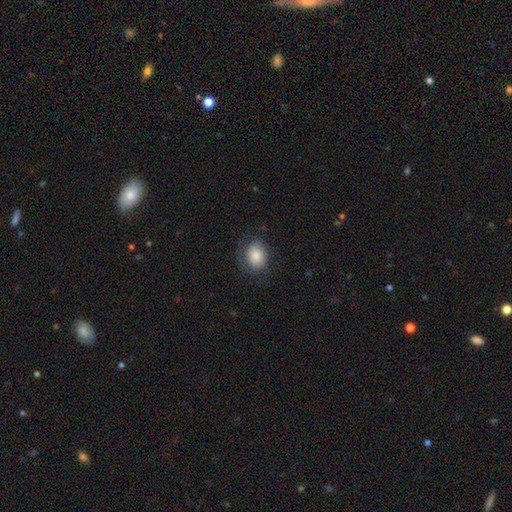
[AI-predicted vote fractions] smooth-or-featured: smooth: 84% | featured or disk: 8% | star or artifact: 7%
  how-rounded: in between: 51% | round: 48% | cigar-shaped: 1%
  merging: none: 75% | minor disturbance: 17% | major disturbance: 7% | merger: 1%